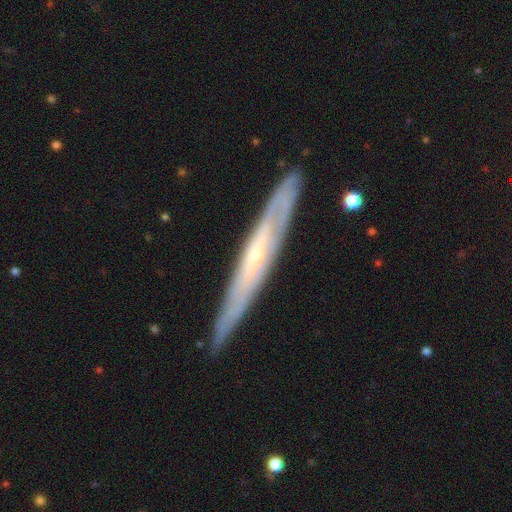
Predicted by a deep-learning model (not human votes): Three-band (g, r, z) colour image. It shows a featured or disk galaxy (75%) viewed edge-on (75%) with no central bulge (56%). Merging: none (86%).